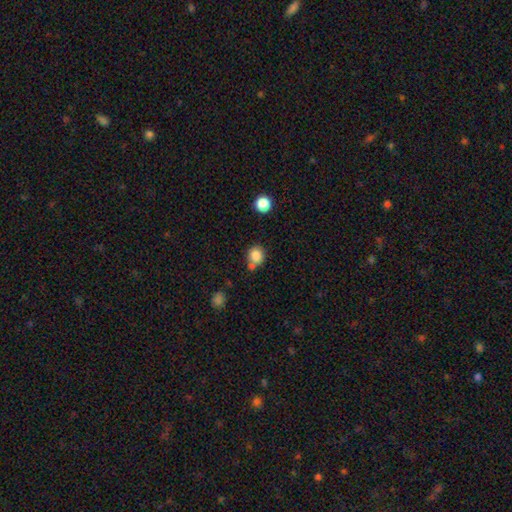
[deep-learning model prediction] A smooth galaxy with no disk features (83%) that is round (82%). Merging: none (59%).